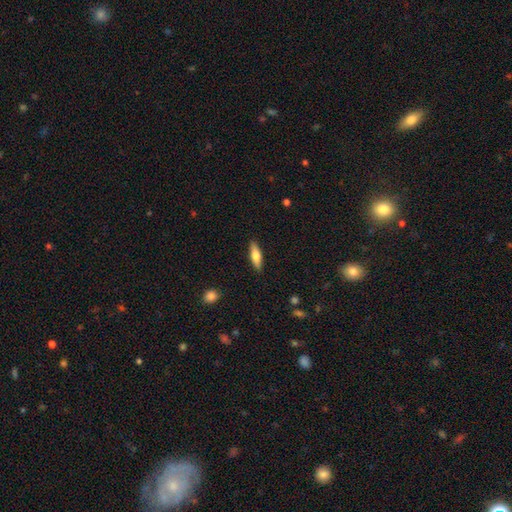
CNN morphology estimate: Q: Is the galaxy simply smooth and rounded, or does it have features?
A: smooth — 69%.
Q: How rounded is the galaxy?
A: cigar-shaped — 55%.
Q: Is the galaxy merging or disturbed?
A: none — 88%.